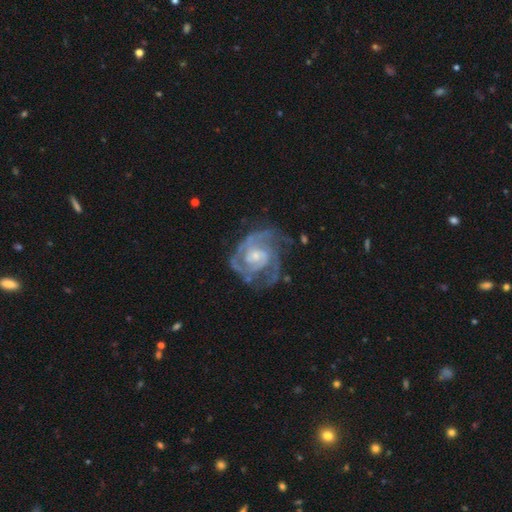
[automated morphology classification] Overall: featured or disk (89%). Edge-on disk: no (98%). Bar: no (62%; weak 31%). Spiral arms: yes (96%). Spiral arm count: 2 (37%; 3 27%). Spiral winding: tight (56%; medium 37%). Bulge size: small (57%; moderate 36%). Merging: none (58%; minor disturbance 22%).